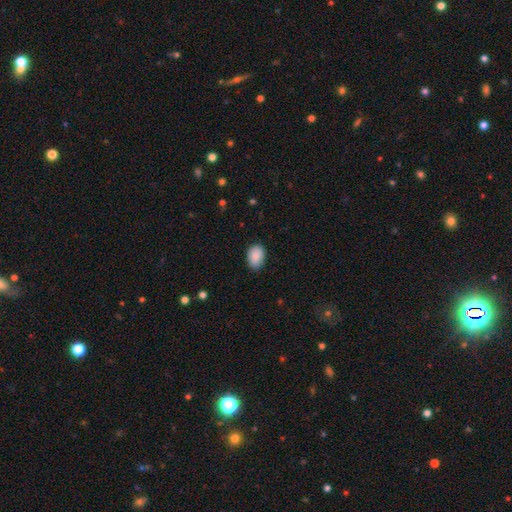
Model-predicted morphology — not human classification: type=smooth (89%); roundness=in between (86%); merging=none (82%).